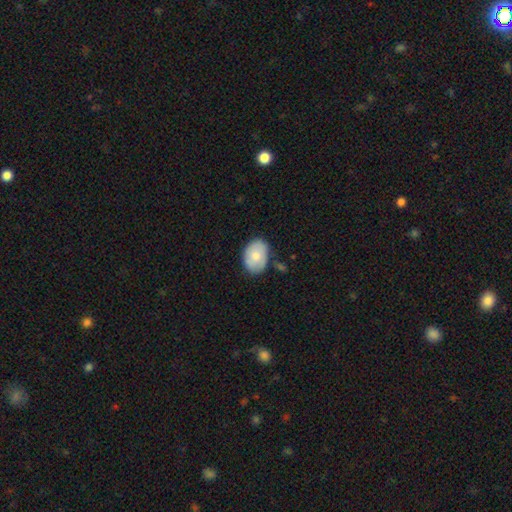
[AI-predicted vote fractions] This is likely a smooth galaxy (74%). How rounded: likely in between (80%). Merging: likely none (73%).